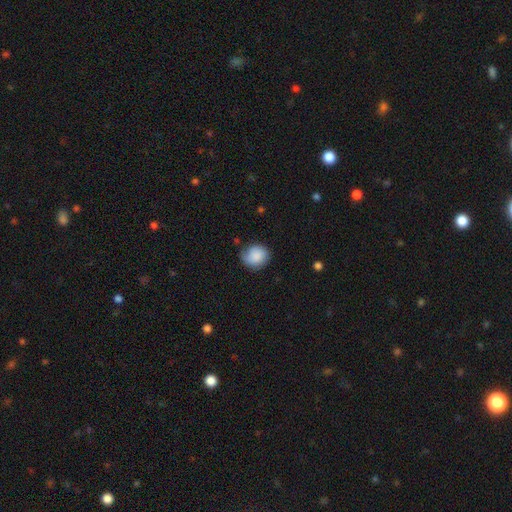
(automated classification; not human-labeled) Morphology: type=smooth (85%); roundness=round (75%); merging=none (67%).